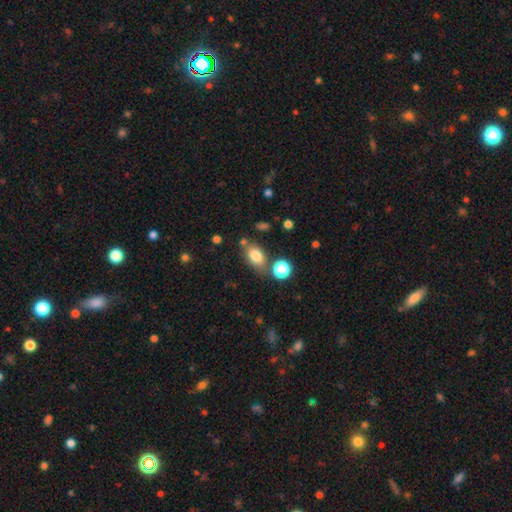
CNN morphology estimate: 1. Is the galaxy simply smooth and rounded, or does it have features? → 80% smooth, 10% star or artifact, 9% featured or disk.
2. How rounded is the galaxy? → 79% in between, 19% round, 2% cigar-shaped.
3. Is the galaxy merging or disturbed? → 69% none, 14% minor disturbance, 12% merger, 4% major disturbance.